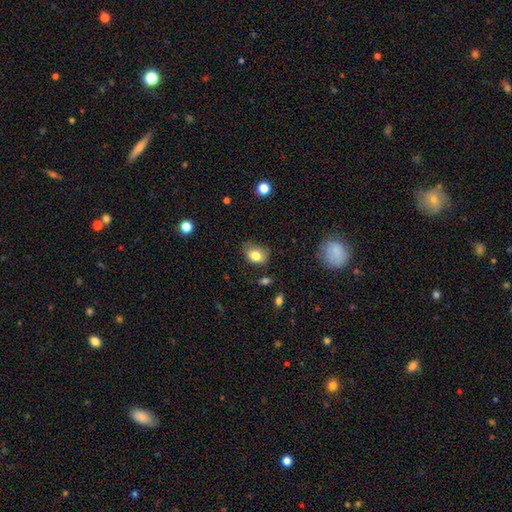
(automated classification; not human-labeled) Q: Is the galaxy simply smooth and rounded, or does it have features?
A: smooth — 81%.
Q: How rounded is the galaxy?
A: in between — 67%.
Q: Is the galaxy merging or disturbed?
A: none — 64%.